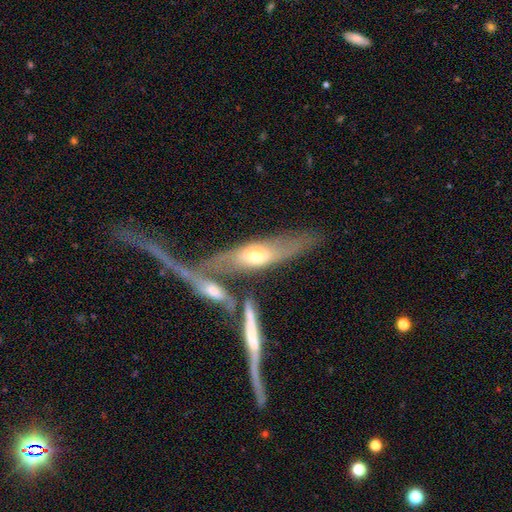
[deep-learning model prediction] smooth_or_featured: featured or disk (p=0.56) [alt: smooth p=0.37]
disk_edge_on: yes (p=0.52) [alt: no p=0.48]
merging: merger (p=0.40) [alt: none p=0.36]